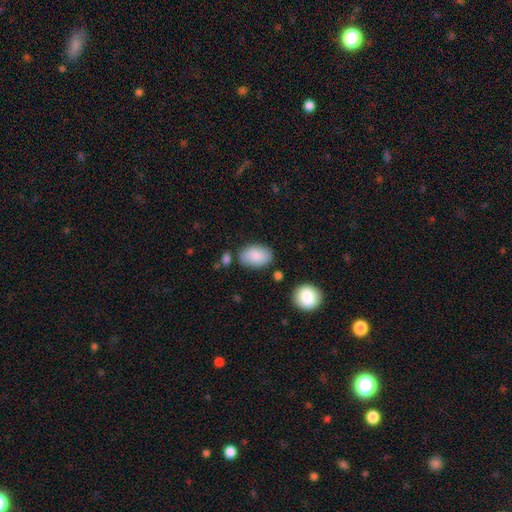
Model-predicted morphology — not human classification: smooth-or-featured: smooth: 86% | featured or disk: 8% | star or artifact: 6%
  how-rounded: in between: 91% | round: 8% | cigar-shaped: 1%
  merging: none: 76% | minor disturbance: 15% | merger: 5% | major disturbance: 4%